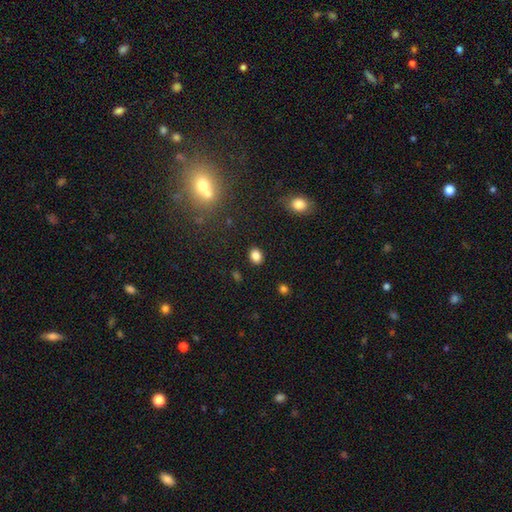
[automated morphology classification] Overall: smooth (84%). How rounded: in between (56%; round 43%). Merging: none (88%).